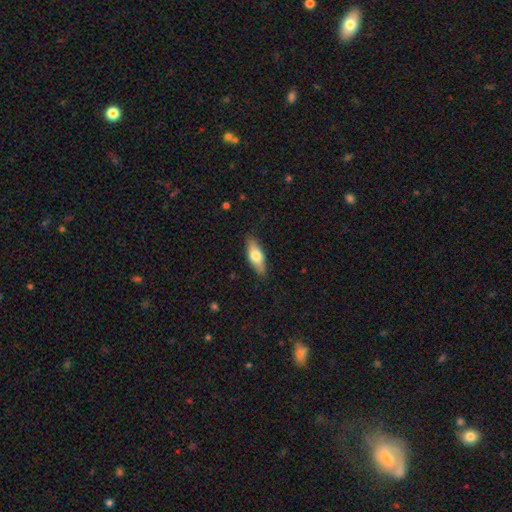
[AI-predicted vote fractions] Smooth or featured? Predicted: smooth (p=0.67). How rounded? Predicted: in between (p=0.68). Merging? Predicted: none (p=0.86).